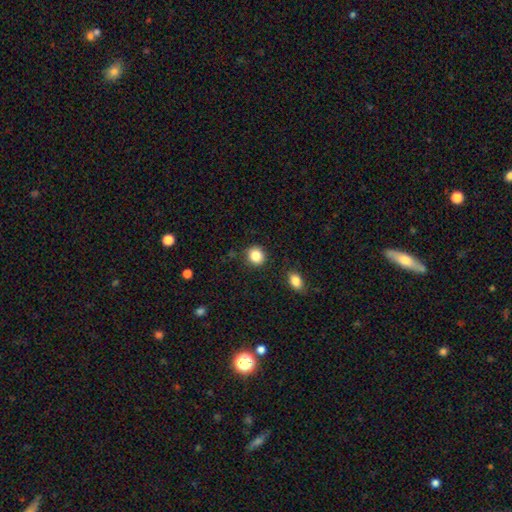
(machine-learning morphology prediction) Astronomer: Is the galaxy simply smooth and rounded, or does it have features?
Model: smooth — 85%.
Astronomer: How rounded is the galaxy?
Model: round — 78%.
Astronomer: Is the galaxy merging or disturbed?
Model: none — 87%.